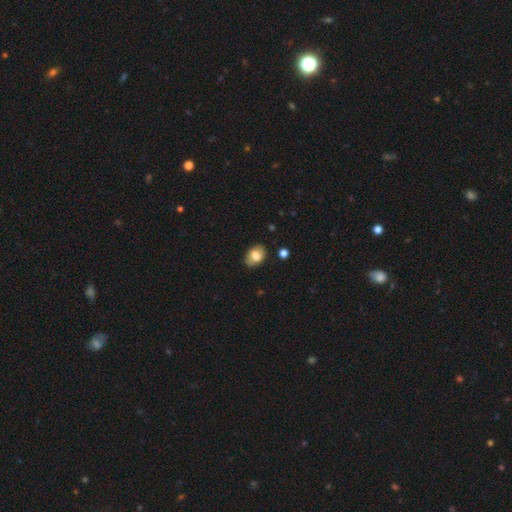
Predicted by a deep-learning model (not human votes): Smooth or featured?
  - smooth: 75% *
  - featured or disk: 17%
  - star or artifact: 8%
How rounded?
  - in between: 82% *
  - round: 17%
  - cigar-shaped: 1%
Merging?
  - none: 78% *
  - minor disturbance: 16%
  - major disturbance: 3%
  - merger: 3%